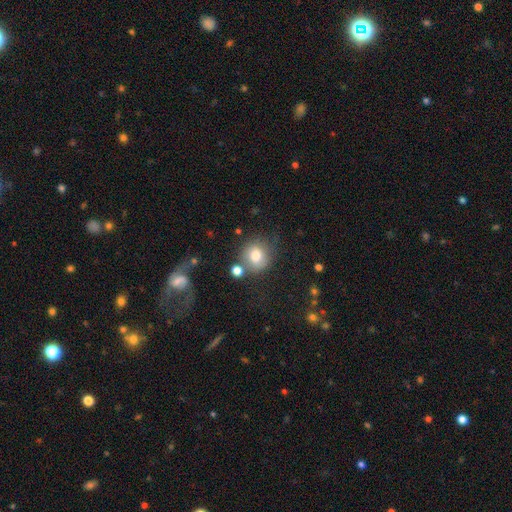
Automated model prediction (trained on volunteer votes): Q: Smooth or featured?
A: smooth (76%); runner-up: featured or disk (13%)
Q: How rounded?
A: round (82%); runner-up: in between (17%)
Q: Merging?
A: none (64%); runner-up: minor disturbance (17%)